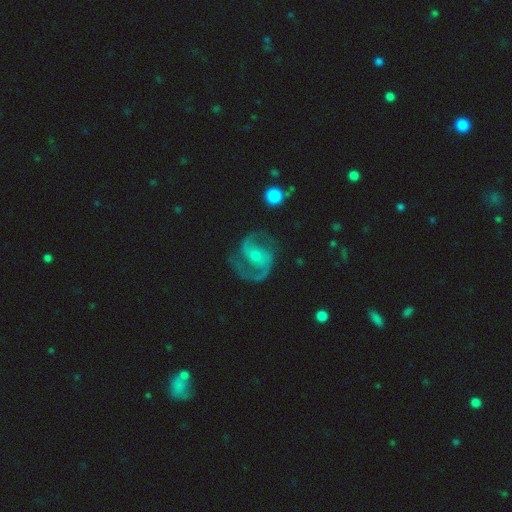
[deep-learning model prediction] featured or disk 90%, smooth 5%, star or artifact 5%. Down the decision tree: edge-on disk — no (98%); bar — no (47%); spiral arms — yes (97%); spiral arm count — 2 (89%); spiral winding — medium (59%); bulge size — small (49%); merging — none (71%).